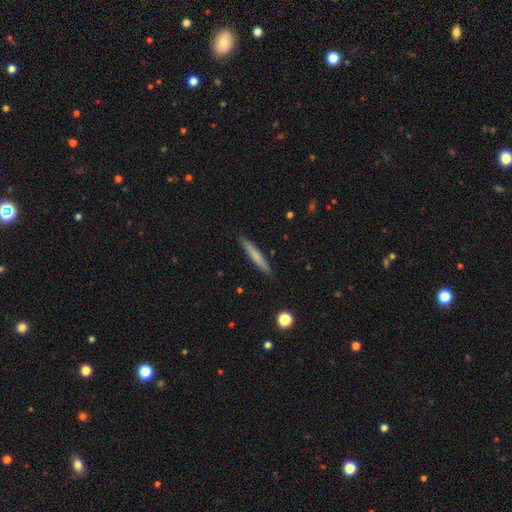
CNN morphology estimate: Smooth or featured?
  - smooth: 67% *
  - featured or disk: 27%
  - star or artifact: 6%
How rounded?
  - cigar-shaped: 95% *
  - in between: 4%
  - round: 1%
Merging?
  - none: 90% *
  - minor disturbance: 7%
  - major disturbance: 1%
  - merger: 1%